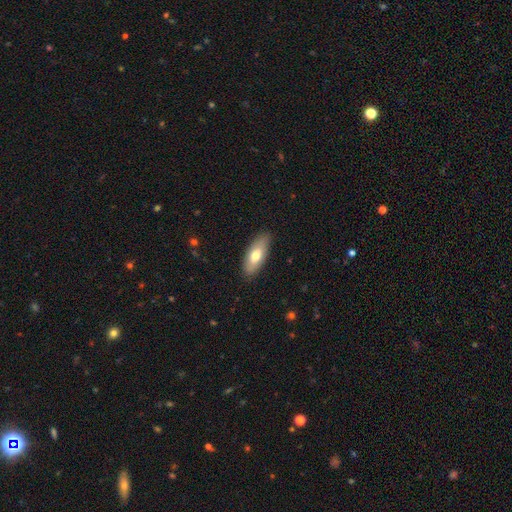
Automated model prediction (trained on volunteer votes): This is likely a smooth galaxy (69%). How rounded: likely in between (77%). Merging: clearly none (86%).